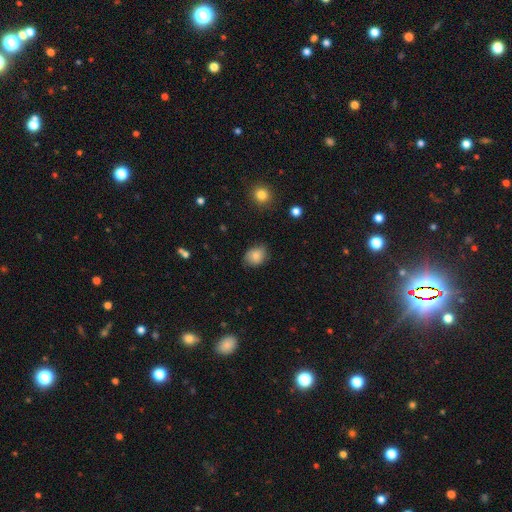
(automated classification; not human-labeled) Smooth or featured? Predicted: smooth (p=0.83). How rounded? Predicted: in between (p=0.50). Merging? Predicted: none (p=0.76).